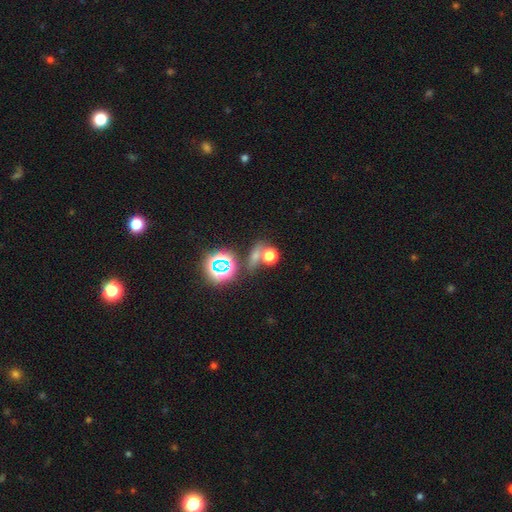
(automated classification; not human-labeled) This is possibly a smooth galaxy (47%). Merging: possibly none (59%).